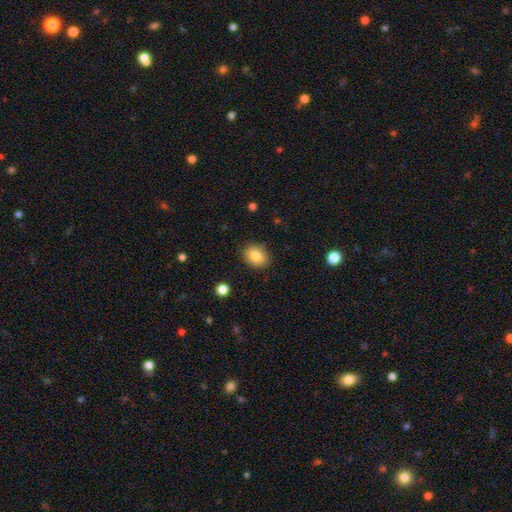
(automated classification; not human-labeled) A smooth galaxy with no disk features (84%) that is in between round and cigar-shaped (52%). Merging: none (85%).